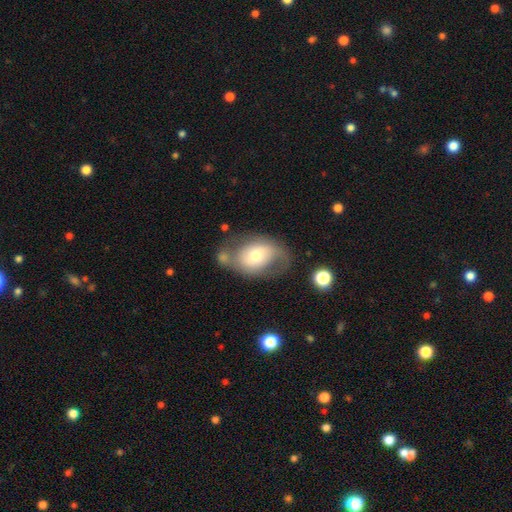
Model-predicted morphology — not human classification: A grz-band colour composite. It shows a featured or disk galaxy (50%). Merging: none (49%).